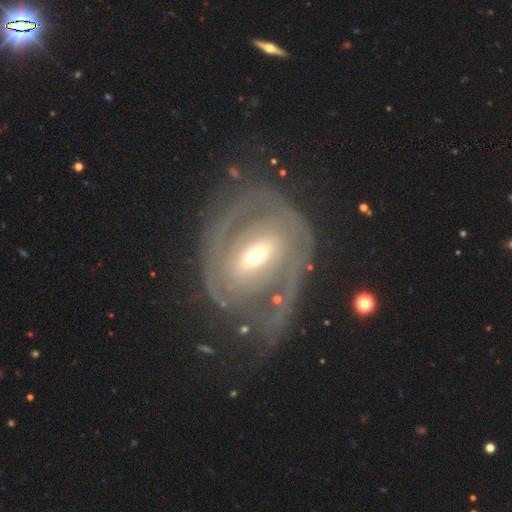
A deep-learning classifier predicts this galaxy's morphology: This appears to be a featured or disk galaxy (83%) with a weak bar (42%), 2 (60%) tight (55%) spiral arms (82%) and a moderate central bulge (60%). Merging: none (58%).